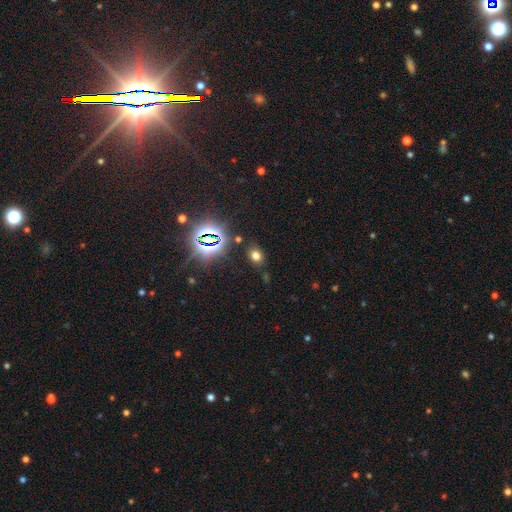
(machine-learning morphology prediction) Smooth or featured? smooth (62%)
How rounded? in between (61%)
Merging? none (81%)